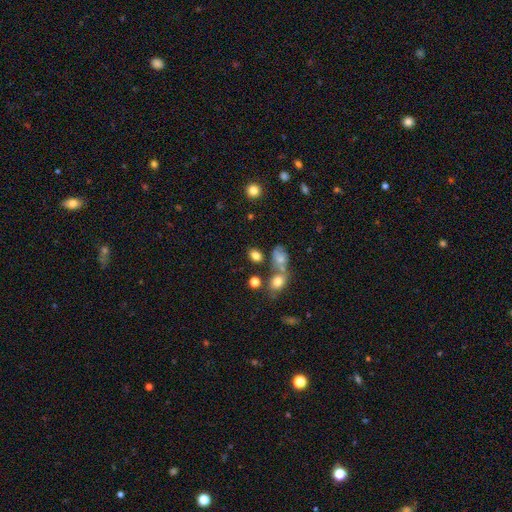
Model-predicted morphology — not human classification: Overall: smooth (77%). How rounded: in between (68%; round 30%). Merging: none (60%).